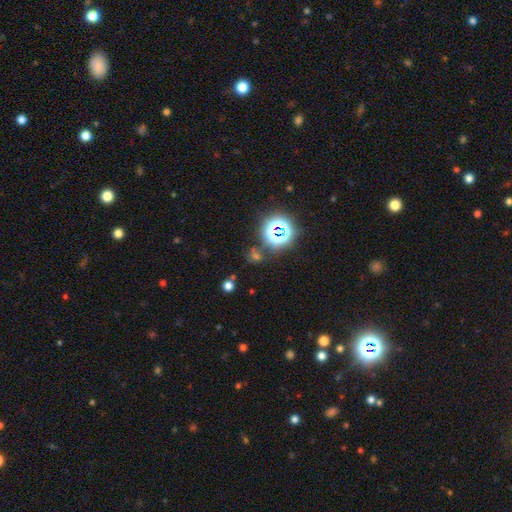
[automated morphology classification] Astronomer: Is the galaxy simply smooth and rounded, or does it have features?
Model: star or artifact — 55% (runner-up: smooth, 37%).